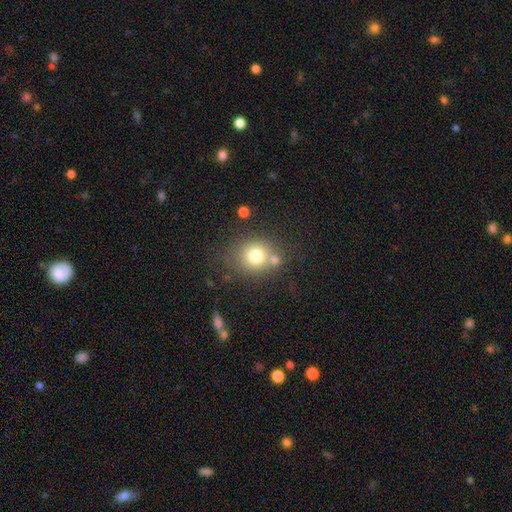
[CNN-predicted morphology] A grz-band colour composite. It shows a smooth galaxy with no disk features (75%) that is round (77%). Merging: none (63%).